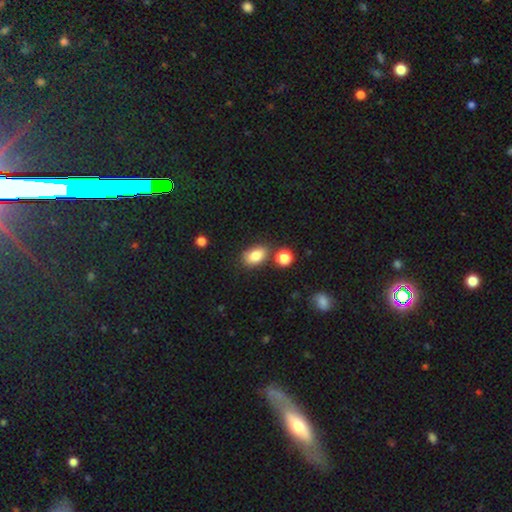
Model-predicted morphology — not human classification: Smooth or featured? Predicted: smooth (p=0.84). How rounded? Predicted: in between (p=0.87). Merging? Predicted: none (p=0.73).